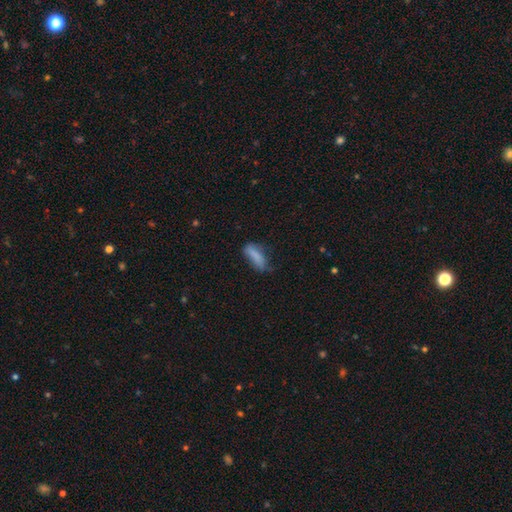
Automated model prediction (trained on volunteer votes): smooth-or-featured: smooth: 80% | featured or disk: 12% | star or artifact: 8%
  how-rounded: in between: 65% | cigar-shaped: 33% | round: 2%
  merging: none: 45% | minor disturbance: 35% | major disturbance: 17% | merger: 3%